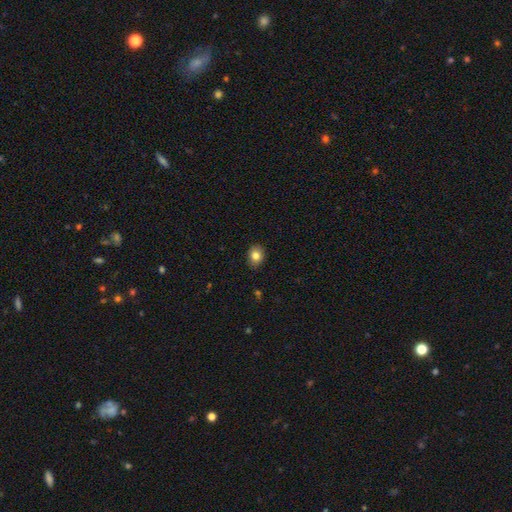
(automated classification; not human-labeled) A smooth galaxy with no disk features (82%) that is in between round and cigar-shaped (53%).

Vote fractions:
- Smooth or featured? smooth: 82% / star or artifact: 9% / featured or disk: 8%
- How rounded? in between: 53% / round: 46% / cigar-shaped: 1%
- Merging? none: 88% / minor disturbance: 9% / major disturbance: 2% / merger: 1%